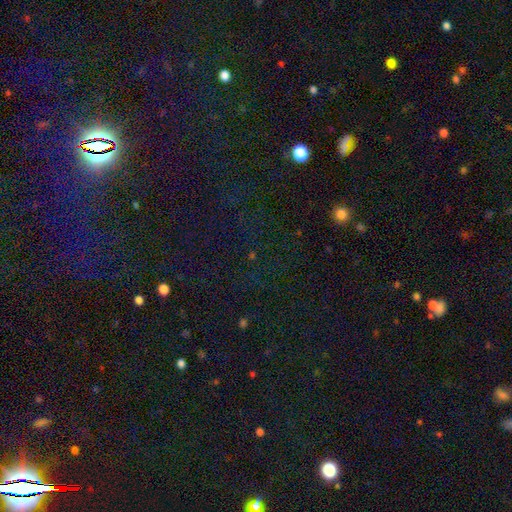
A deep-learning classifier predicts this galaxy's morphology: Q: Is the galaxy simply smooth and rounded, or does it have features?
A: star or artifact — 78%.